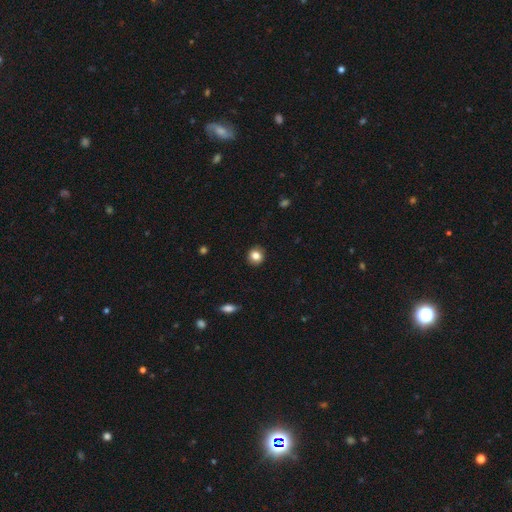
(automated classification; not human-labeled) This appears to be a smooth galaxy with no disk features (83%) that is round (88%). Merging: none (91%).